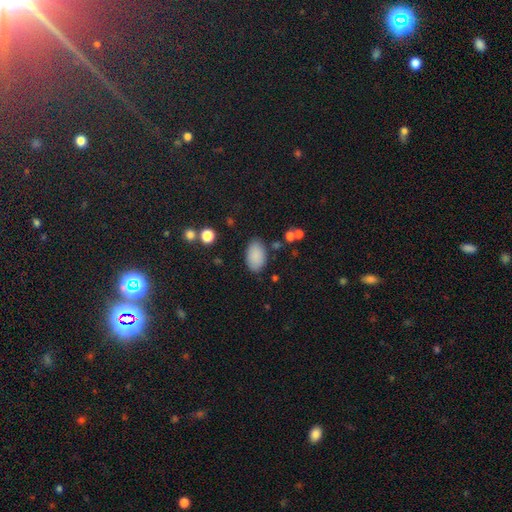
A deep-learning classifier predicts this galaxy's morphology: smooth_or_featured: smooth (p=0.88) [alt: star or artifact p=0.07]
how_rounded: in between (p=0.93) [alt: round p=0.05]
merging: none (p=0.84) [alt: minor disturbance p=0.11]